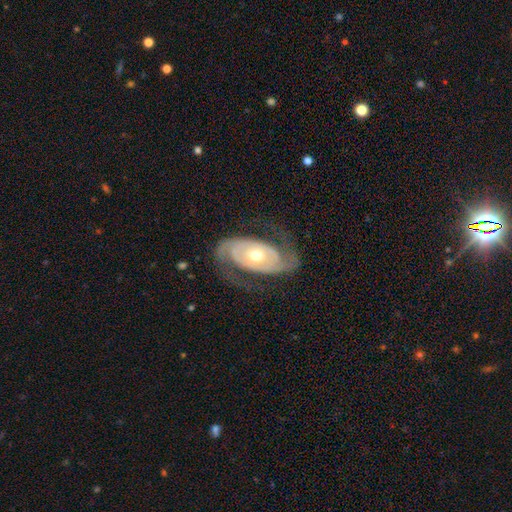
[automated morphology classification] Smooth or featured? Predicted: featured or disk (p=0.89). Edge-on disk? Predicted: no (p=0.96). Bar? Predicted: no (p=0.69). Spiral arms? Predicted: yes (p=0.94). Spiral winding? Predicted: tight (p=0.43). Spiral arm count? Predicted: 2 (p=0.90). Bulge size? Predicted: moderate (p=0.71). Merging? Predicted: none (p=0.74).